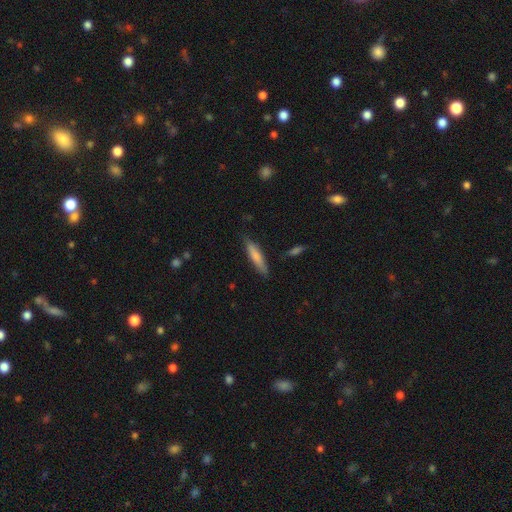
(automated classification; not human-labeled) smooth_or_featured: smooth (p=0.75) [alt: featured or disk p=0.19]
how_rounded: cigar-shaped (p=0.81) [alt: in between p=0.17]
merging: none (p=0.83) [alt: minor disturbance p=0.13]